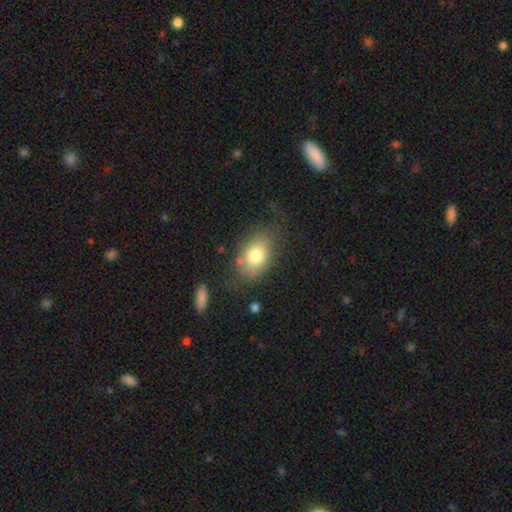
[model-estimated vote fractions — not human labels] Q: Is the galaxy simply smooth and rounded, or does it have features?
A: smooth — 76%.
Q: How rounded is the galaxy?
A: in between — 81%.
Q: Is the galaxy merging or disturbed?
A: none — 63%.